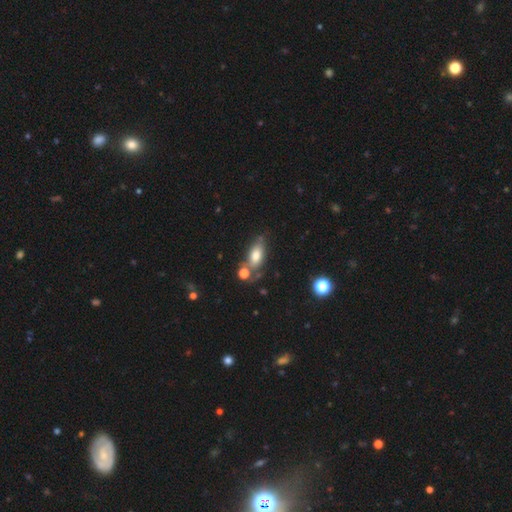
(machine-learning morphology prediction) Smooth or featured? smooth (72%)
How rounded? in between (83%)
Merging? none (53%)